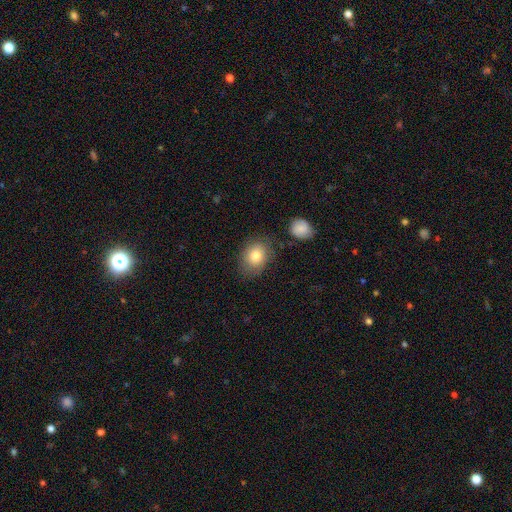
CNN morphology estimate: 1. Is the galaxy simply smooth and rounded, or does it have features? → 81% smooth, 11% featured or disk, 9% star or artifact.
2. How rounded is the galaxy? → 52% in between, 47% round, 1% cigar-shaped.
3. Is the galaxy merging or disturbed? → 73% none, 17% minor disturbance, 5% major disturbance, 4% merger.